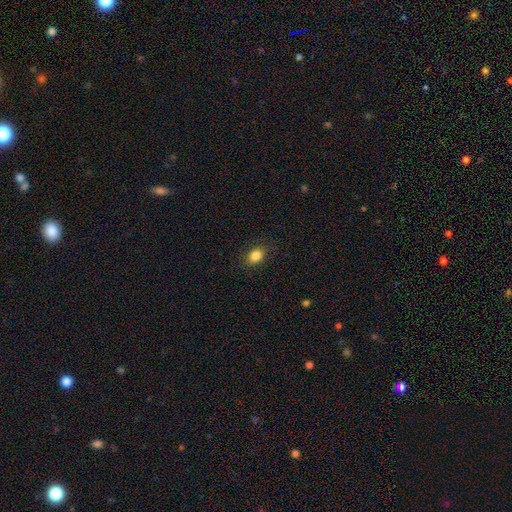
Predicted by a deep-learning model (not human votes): Smooth or featured? smooth (84%)
How rounded? in between (72%)
Merging? none (85%)